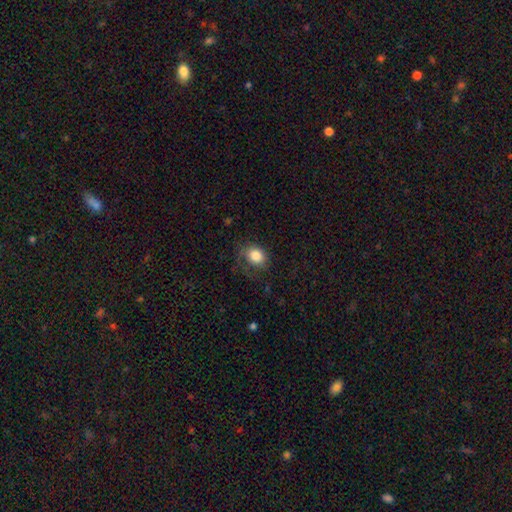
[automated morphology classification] This is clearly a smooth galaxy (81%). How rounded: possibly in between (52%). Merging: possibly none (57%).